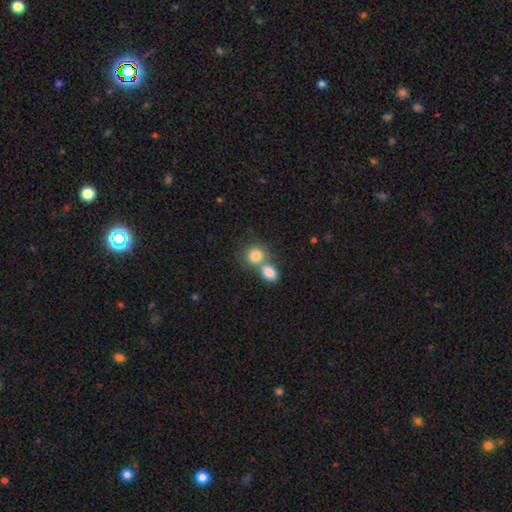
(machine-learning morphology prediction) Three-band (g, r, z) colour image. It shows a smooth galaxy with no disk features (83%) that is round (66%). Merging: merger (56%).